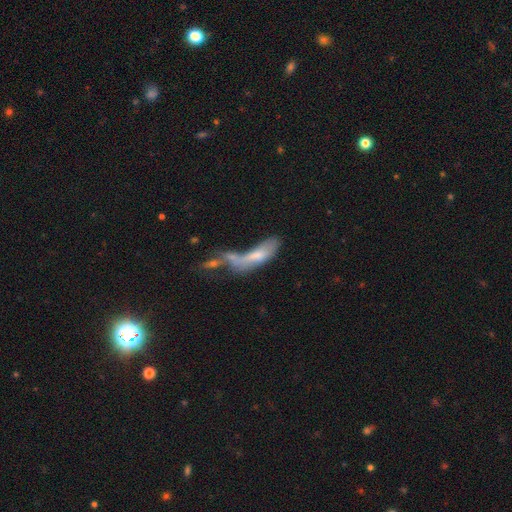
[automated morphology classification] smooth-or-featured: smooth: 57% | featured or disk: 33% | star or artifact: 10%
  how-rounded: in between: 54% | cigar-shaped: 44% | round: 3%
  merging: merger: 51% | major disturbance: 22% | none: 15% | minor disturbance: 11%